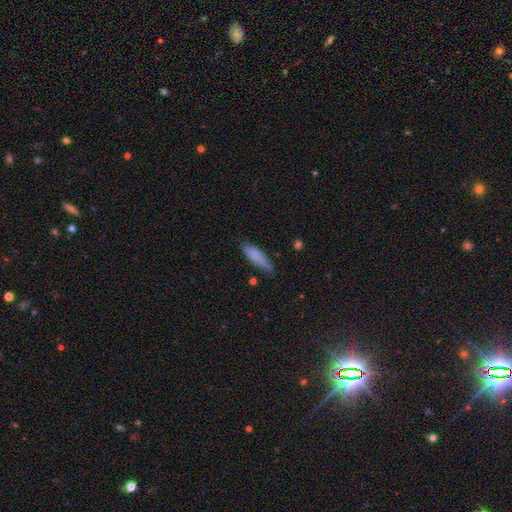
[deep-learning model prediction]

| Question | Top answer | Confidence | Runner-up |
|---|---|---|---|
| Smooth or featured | smooth | 81% | featured or disk (12%) |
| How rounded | cigar-shaped | 68% | in between (31%) |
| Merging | none | 71% | minor disturbance (23%) |